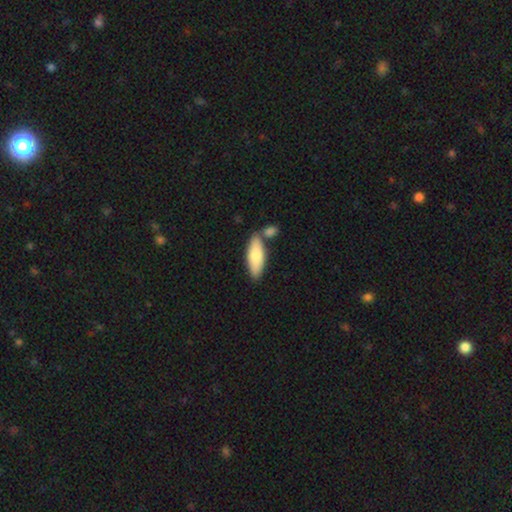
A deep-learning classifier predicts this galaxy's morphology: Smooth or featured: smooth — 77% (featured or disk — 18%)
How rounded: in between — 66% (cigar-shaped — 32%)
Merging: none — 64% (merger — 20%)